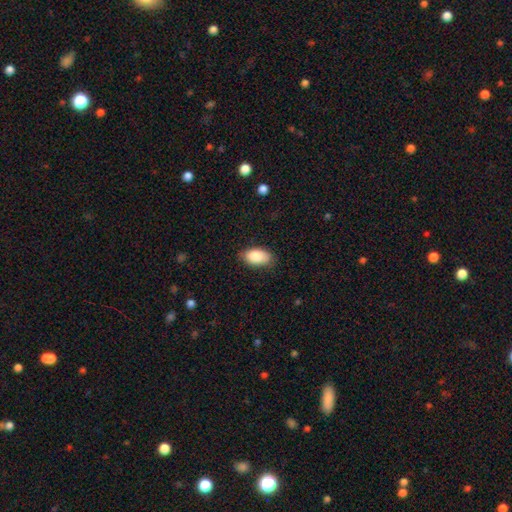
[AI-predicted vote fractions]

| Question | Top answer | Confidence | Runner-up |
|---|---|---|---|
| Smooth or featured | smooth | 86% | featured or disk (7%) |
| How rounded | in between | 94% | round (4%) |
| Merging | none | 81% | minor disturbance (15%) |